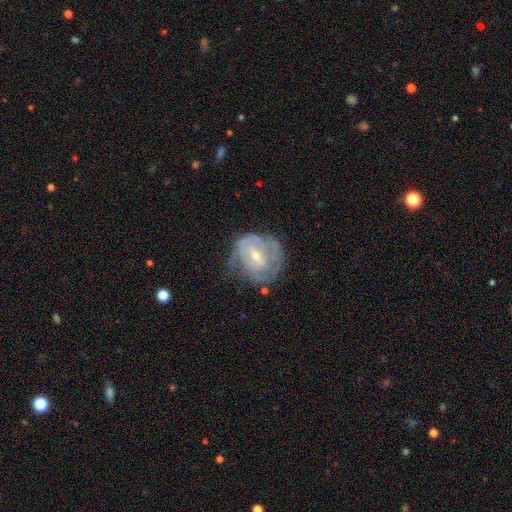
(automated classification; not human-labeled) smooth-or-featured: featured or disk: 72% | smooth: 21% | star or artifact: 7%
  disk-edge-on: no: 97% | yes: 3%
    bar: weak: 47% | no: 40% | strong: 14%
    has-spiral-arms: yes: 74% | no: 26%
      spiral-winding: tight: 61% | medium: 28% | loose: 11%
      spiral-arm-count: can't tell: 50% | 2: 26% | 3: 10% | 1: 7% | 4: 4% | more than 4: 3%
    bulge-size: small: 57% | moderate: 40% | large: 1% | none: 1% | dominant: 1%
  merging: none: 51% | minor disturbance: 28% | major disturbance: 19% | merger: 2%